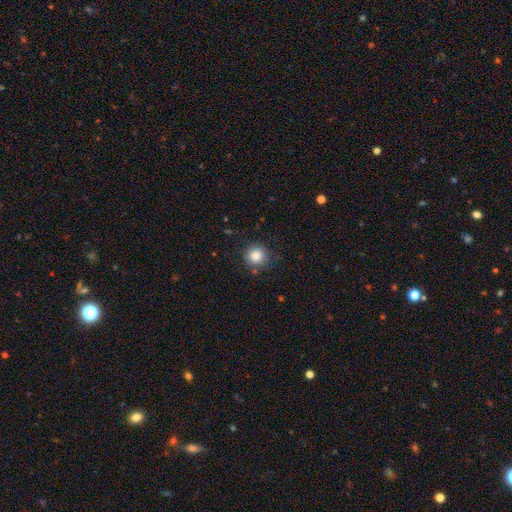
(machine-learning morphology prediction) This appears to be a smooth galaxy with no disk features (84%) that is round (91%). Merging: none (81%).